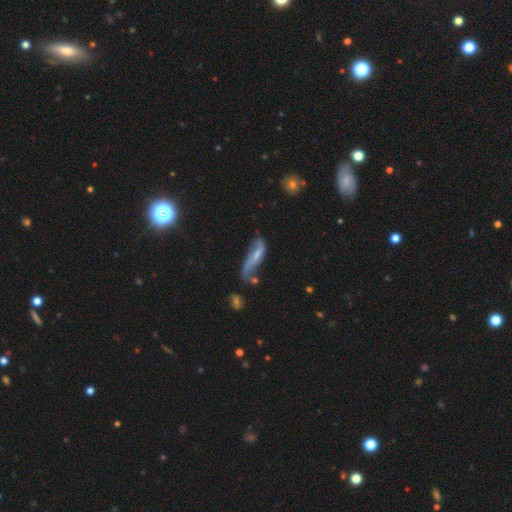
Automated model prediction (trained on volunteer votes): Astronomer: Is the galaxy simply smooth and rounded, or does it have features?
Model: featured or disk — 56% (runner-up: smooth, 36%).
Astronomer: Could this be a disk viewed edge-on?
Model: no — 76%.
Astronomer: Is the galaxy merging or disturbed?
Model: none — 34% (runner-up: minor disturbance, 28%).